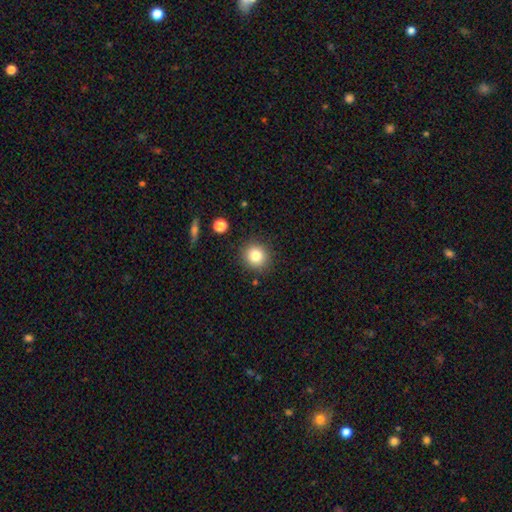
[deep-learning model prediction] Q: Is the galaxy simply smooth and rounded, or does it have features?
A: smooth — 82%.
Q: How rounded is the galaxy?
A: round — 88%.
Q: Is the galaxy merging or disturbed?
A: none — 87%.